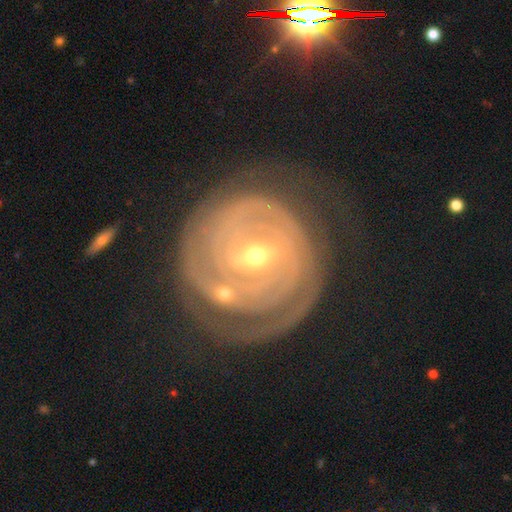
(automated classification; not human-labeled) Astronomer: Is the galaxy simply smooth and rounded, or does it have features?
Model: featured or disk — 87%.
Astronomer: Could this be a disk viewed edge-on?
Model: no — 97%.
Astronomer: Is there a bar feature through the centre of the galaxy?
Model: weak — 48% (runner-up: strong, 35%).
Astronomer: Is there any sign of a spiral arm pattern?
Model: yes — 94%.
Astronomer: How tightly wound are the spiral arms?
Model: tight — 82%.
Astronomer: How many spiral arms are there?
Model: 2 — 33% (runner-up: can't tell, 32%).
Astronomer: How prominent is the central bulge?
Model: moderate — 53% (runner-up: small, 43%).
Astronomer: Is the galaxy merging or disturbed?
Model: none — 64%.